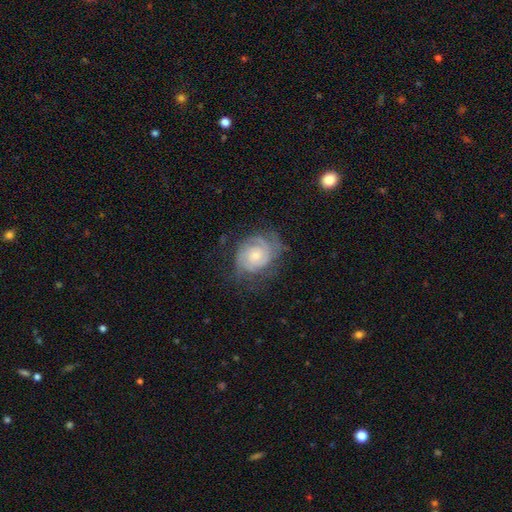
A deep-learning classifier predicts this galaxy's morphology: Smooth or featured? featured or disk (80%)
Edge-on disk? no (98%)
Bar? no (74%)
Spiral arms? yes (95%)
Spiral winding? tight (69%)
Spiral arm count? 2 (43%)
Bulge size? small (58%)
Merging? none (63%)